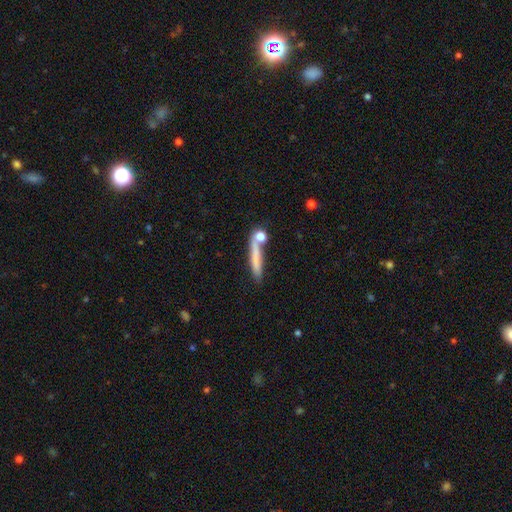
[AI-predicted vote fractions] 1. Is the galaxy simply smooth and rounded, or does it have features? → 66% smooth, 25% featured or disk, 9% star or artifact.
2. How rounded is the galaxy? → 87% cigar-shaped, 7% in between, 6% round.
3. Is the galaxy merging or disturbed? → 66% none, 14% minor disturbance, 14% merger, 6% major disturbance.